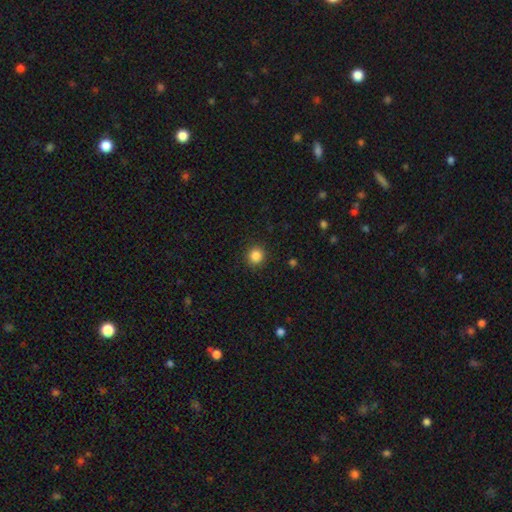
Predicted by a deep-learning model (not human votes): smooth-or-featured: smooth: 86% | star or artifact: 11% | featured or disk: 4%
  how-rounded: round: 90% | in between: 9% | cigar-shaped: 1%
  merging: none: 90% | minor disturbance: 6% | major disturbance: 2% | merger: 1%